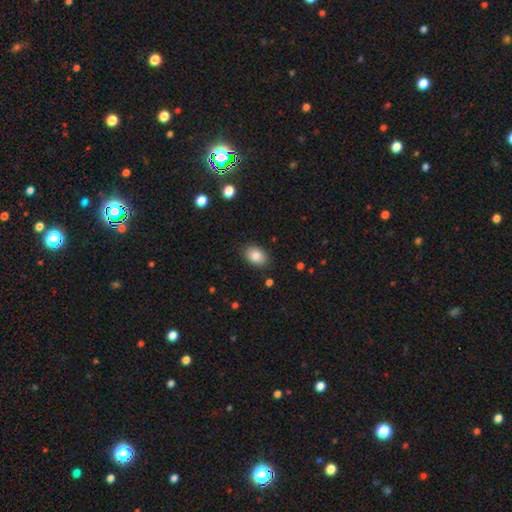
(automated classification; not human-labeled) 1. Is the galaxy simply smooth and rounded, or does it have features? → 85% smooth, 8% star or artifact, 7% featured or disk.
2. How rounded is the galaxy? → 81% in between, 18% round, 1% cigar-shaped.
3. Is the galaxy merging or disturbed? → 86% none, 10% minor disturbance, 2% major disturbance, 1% merger.